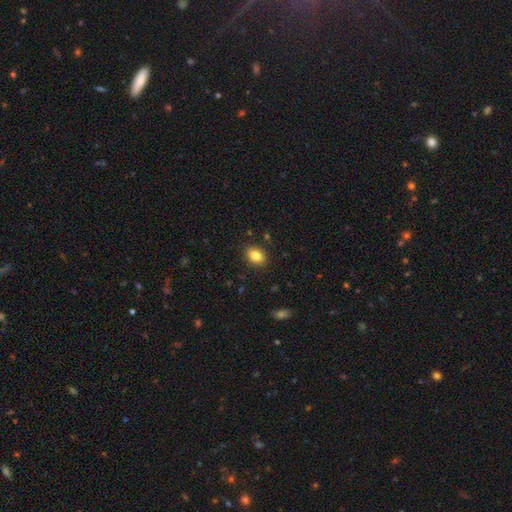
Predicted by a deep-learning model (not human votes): This appears to be a smooth galaxy with no disk features (83%) that is in between round and cigar-shaped (68%). Merging: none (88%).